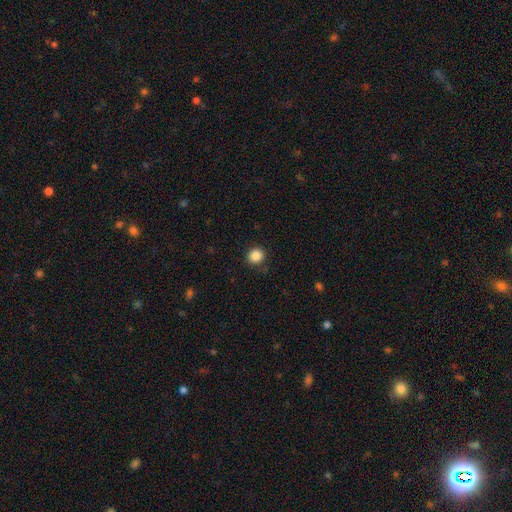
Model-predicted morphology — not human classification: This appears to be a smooth galaxy with no disk features (87%) that is round (87%). Merging: none (88%).